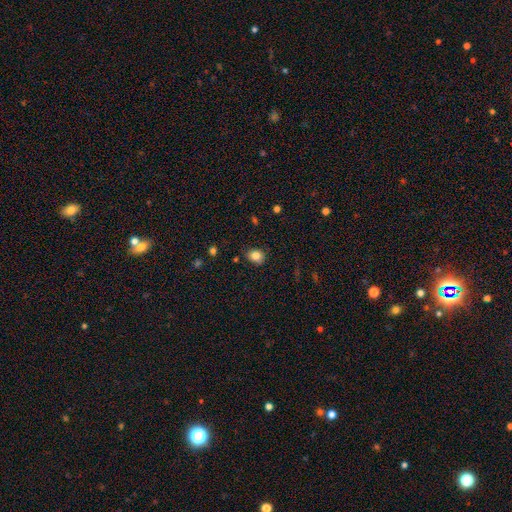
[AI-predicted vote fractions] Morphology: type=smooth (83%); roundness=in between (50%); merging=none (81%).